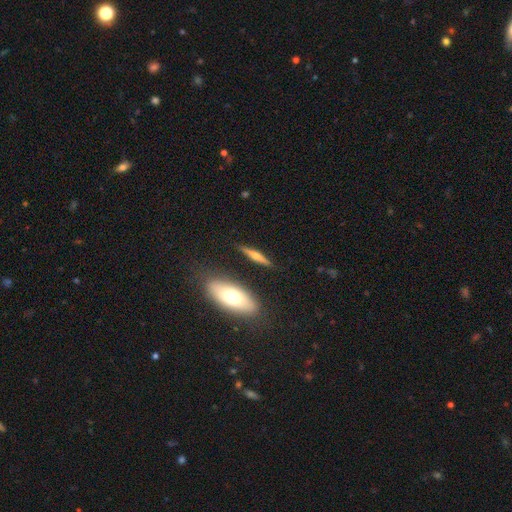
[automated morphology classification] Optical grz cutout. It shows a featured or disk galaxy (56%) viewed edge-on (94%) with a rounded central bulge (86%). Merging: none (84%).